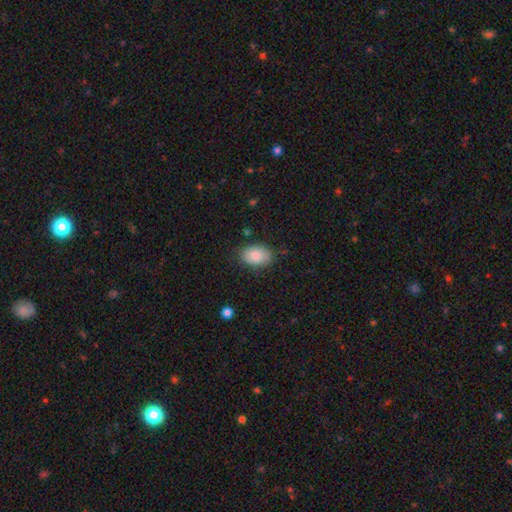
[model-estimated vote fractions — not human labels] Smooth or featured? smooth (86%)
How rounded? in between (89%)
Merging? none (81%)